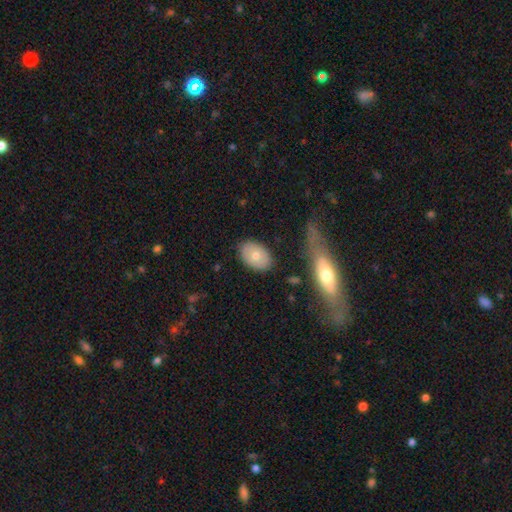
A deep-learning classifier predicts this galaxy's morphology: Smooth or featured? smooth (69%)
How rounded? in between (86%)
Merging? none (83%)